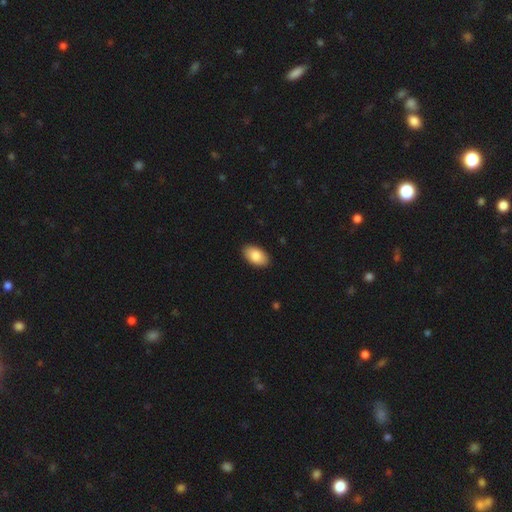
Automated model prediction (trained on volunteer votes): Smooth or featured? smooth (87%)
How rounded? in between (95%)
Merging? none (89%)